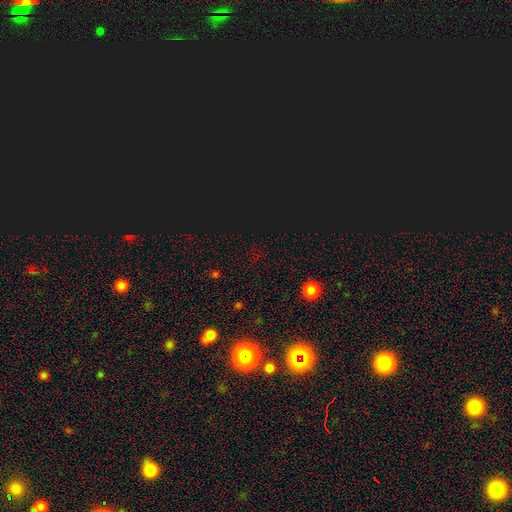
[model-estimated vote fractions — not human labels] smooth_or_featured: star or artifact (p=0.73) [alt: smooth p=0.21]